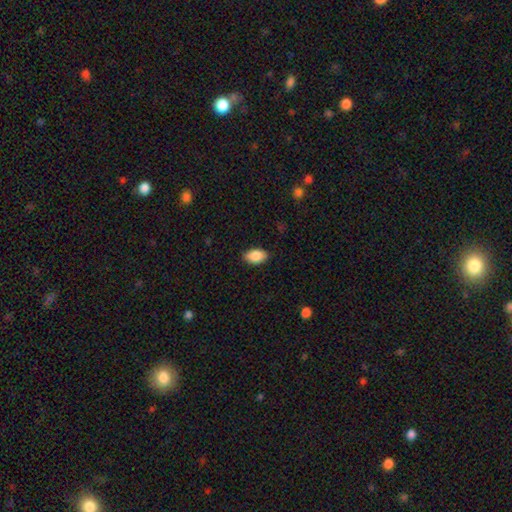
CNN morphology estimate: Overall: smooth (88%). How rounded: in between (91%). Merging: none (85%).